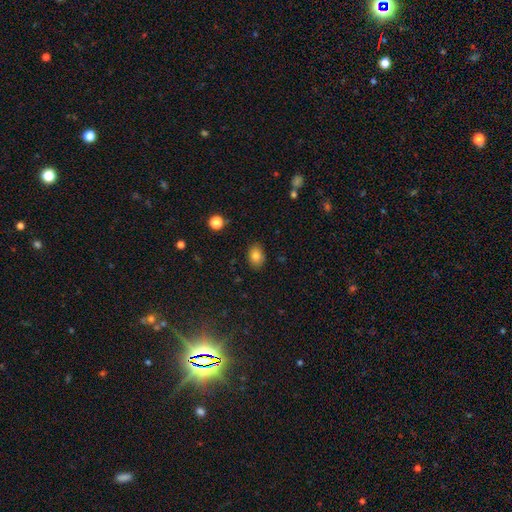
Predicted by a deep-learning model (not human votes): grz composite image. It shows a smooth galaxy with no disk features (82%) that is in between round and cigar-shaped (72%). Merging: none (86%).